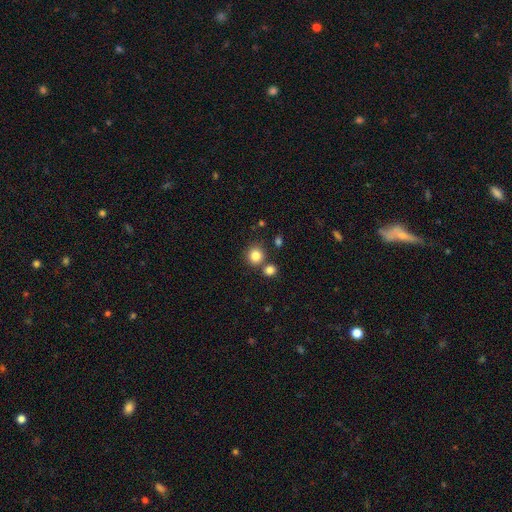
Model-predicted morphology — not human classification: A smooth galaxy with no disk features (84%) that is round (88%).

Vote fractions:
- Smooth or featured? smooth: 84% / star or artifact: 11% / featured or disk: 5%
- How rounded? round: 88% / in between: 11% / cigar-shaped: 1%
- Merging? none: 72% / merger: 17% / minor disturbance: 8% / major disturbance: 3%